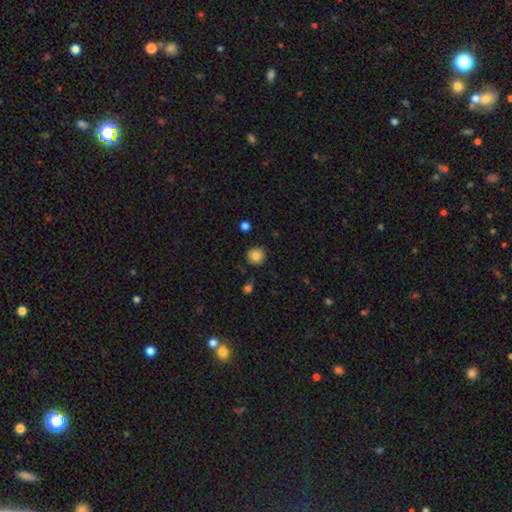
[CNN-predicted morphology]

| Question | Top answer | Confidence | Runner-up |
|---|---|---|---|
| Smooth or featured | smooth | 83% | star or artifact (10%) |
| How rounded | round | 94% | in between (5%) |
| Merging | none | 87% | minor disturbance (9%) |